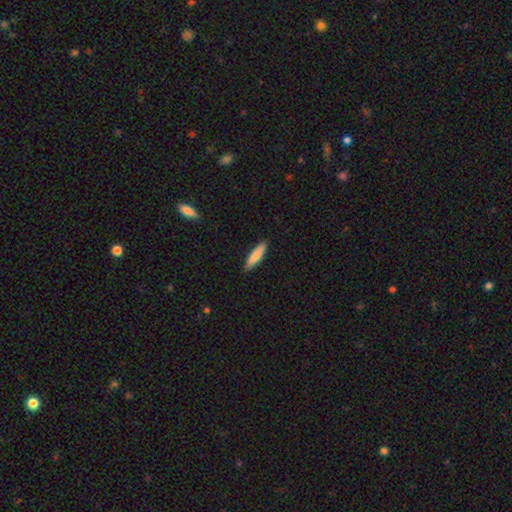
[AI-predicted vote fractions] Q: Smooth or featured?
A: smooth (79%); runner-up: featured or disk (15%)
Q: How rounded?
A: cigar-shaped (77%); runner-up: in between (21%)
Q: Merging?
A: none (90%); runner-up: minor disturbance (8%)